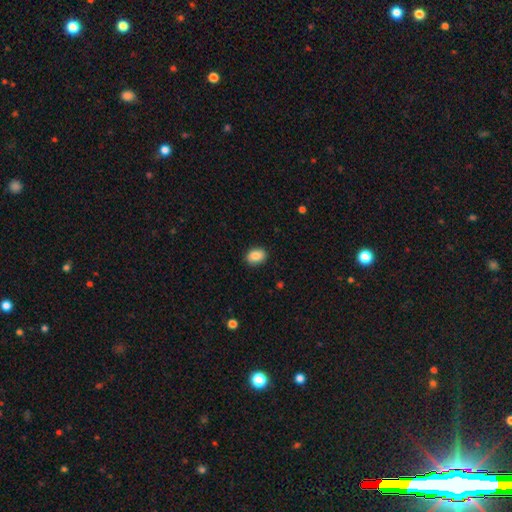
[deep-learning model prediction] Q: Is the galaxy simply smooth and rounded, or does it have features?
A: smooth — 88%.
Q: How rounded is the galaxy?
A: in between — 75%.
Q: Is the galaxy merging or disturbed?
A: none — 88%.